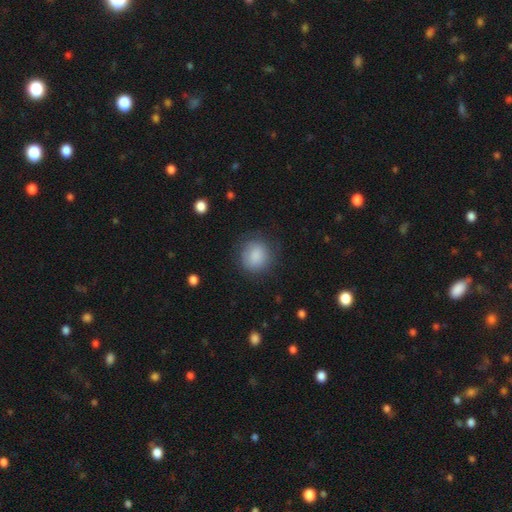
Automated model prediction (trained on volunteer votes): This appears to be a smooth galaxy with no disk features (85%) that is round (82%). Merging: none (78%).